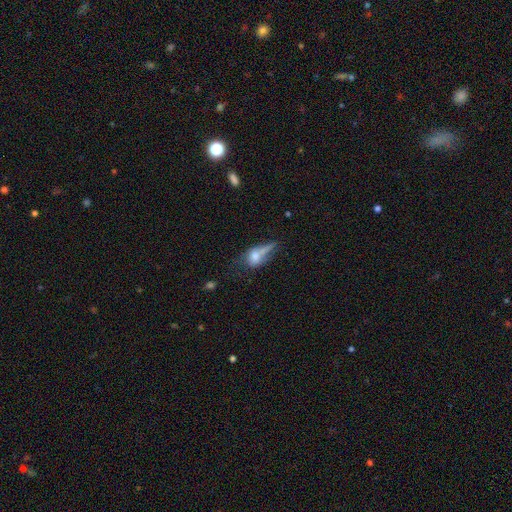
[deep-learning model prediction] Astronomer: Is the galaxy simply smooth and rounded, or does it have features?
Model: smooth — 58%.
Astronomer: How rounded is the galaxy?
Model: in between — 63%.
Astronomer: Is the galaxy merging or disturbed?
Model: none — 29%, tied with major disturbance at 29%.